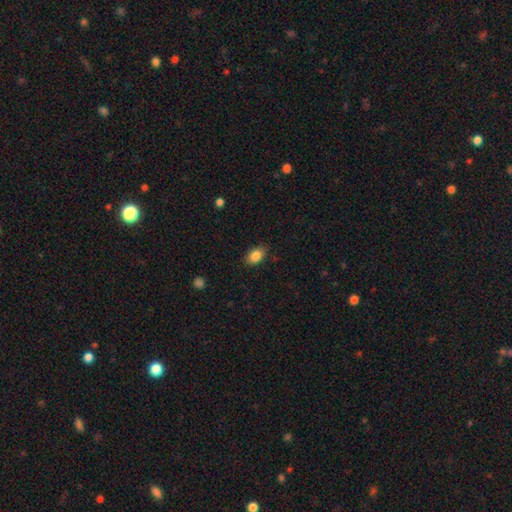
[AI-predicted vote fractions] smooth 86%, star or artifact 8%, featured or disk 6%. Down the decision tree: how rounded — in between (84%); merging — none (83%).